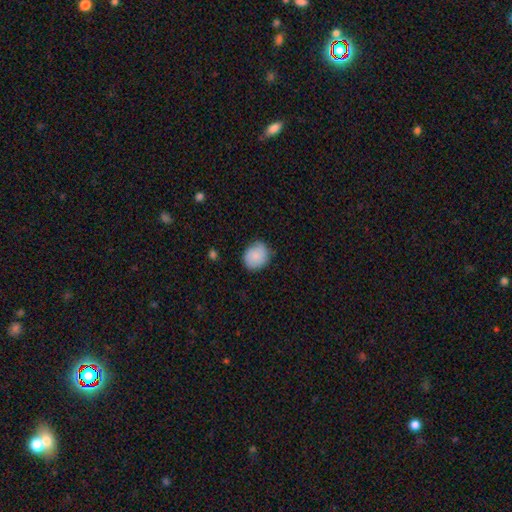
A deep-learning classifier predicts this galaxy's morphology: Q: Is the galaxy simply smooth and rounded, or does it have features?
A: smooth — 84%.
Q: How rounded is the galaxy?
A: round — 64%.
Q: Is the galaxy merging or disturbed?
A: none — 75%.